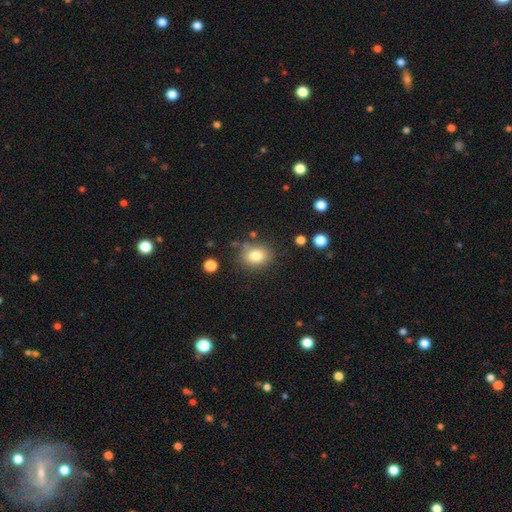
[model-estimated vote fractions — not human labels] This appears to be a smooth galaxy with no disk features (81%) that is in between round and cigar-shaped (50%). Merging: none (77%).